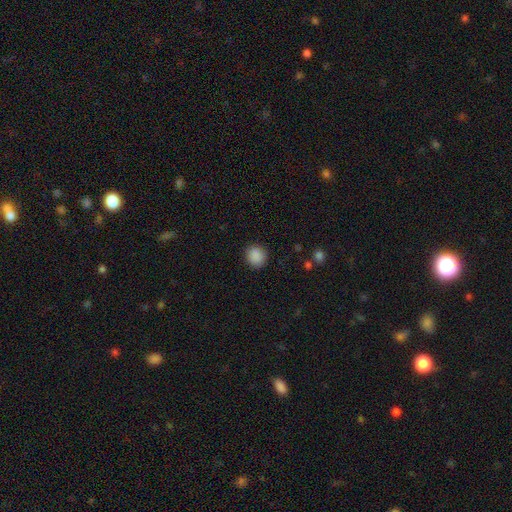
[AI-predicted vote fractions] Overall: smooth (88%). How rounded: round (85%). Merging: none (90%).